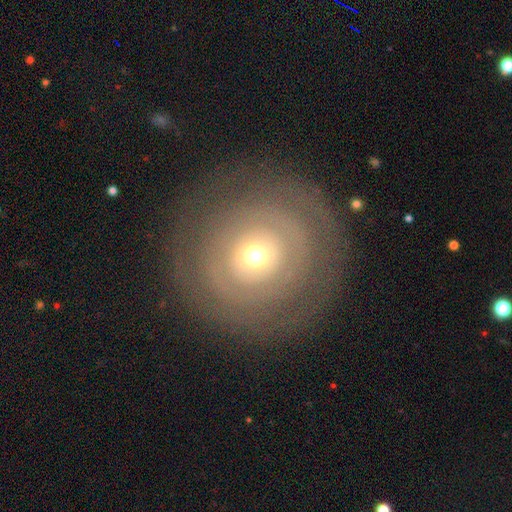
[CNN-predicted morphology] smooth_or_featured: featured or disk (p=0.56) [alt: smooth p=0.34]
disk_edge_on: no (p=0.96) [alt: yes p=0.04]
bar: no (p=0.90) [alt: weak p=0.07]
has_spiral_arms: no (p=0.63) [alt: yes p=0.37]
bulge_size: moderate (p=0.49) [alt: small p=0.40]
merging: none (p=0.74) [alt: major disturbance p=0.12]